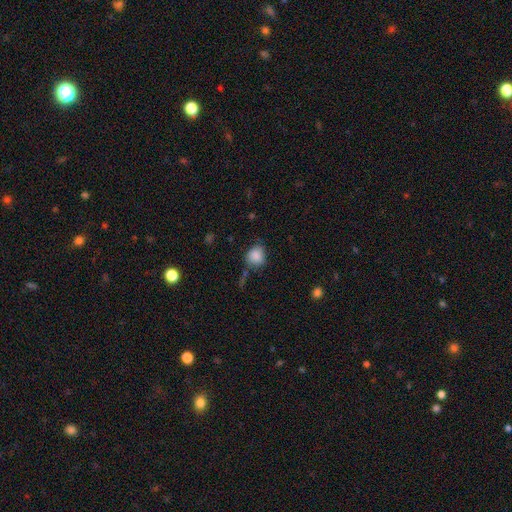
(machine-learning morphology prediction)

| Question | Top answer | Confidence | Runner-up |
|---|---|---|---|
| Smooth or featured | smooth | 86% | star or artifact (9%) |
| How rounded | round | 72% | in between (27%) |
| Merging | none | 68% | minor disturbance (22%) |